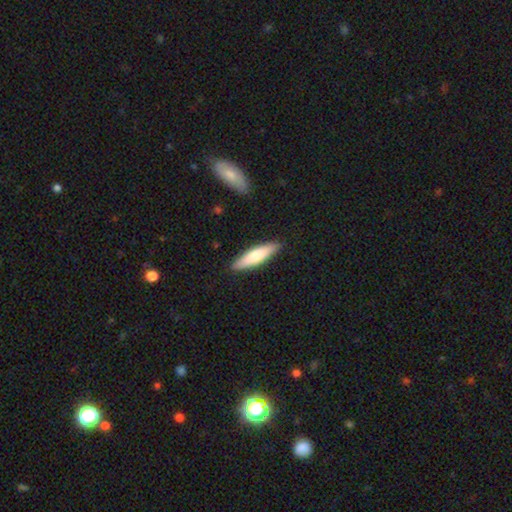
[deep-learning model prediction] smooth_or_featured: smooth (p=0.73) [alt: featured or disk p=0.22]
how_rounded: cigar-shaped (p=0.72) [alt: in between p=0.27]
merging: none (p=0.89) [alt: minor disturbance p=0.08]